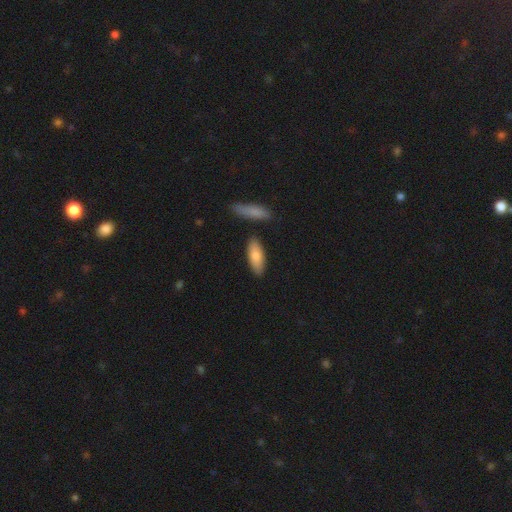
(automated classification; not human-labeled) The model was most divided on "how rounded": in between: 75%, cigar-shaped: 23%, round: 2%. More confident: merging — none (82%); smooth or featured — smooth (80%).